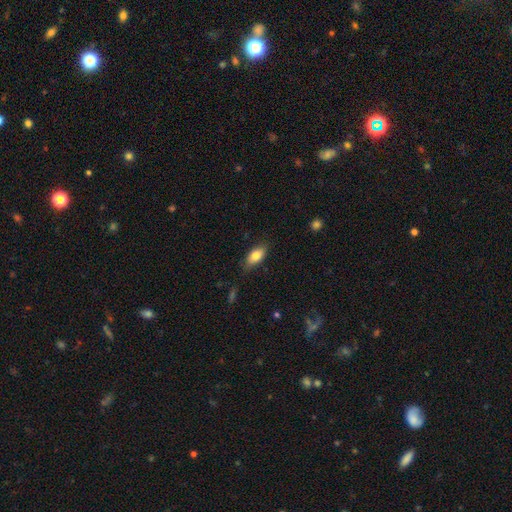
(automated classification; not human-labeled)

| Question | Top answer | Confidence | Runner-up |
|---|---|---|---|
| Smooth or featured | smooth | 79% | featured or disk (14%) |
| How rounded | in between | 87% | cigar-shaped (9%) |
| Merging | none | 77% | minor disturbance (18%) |